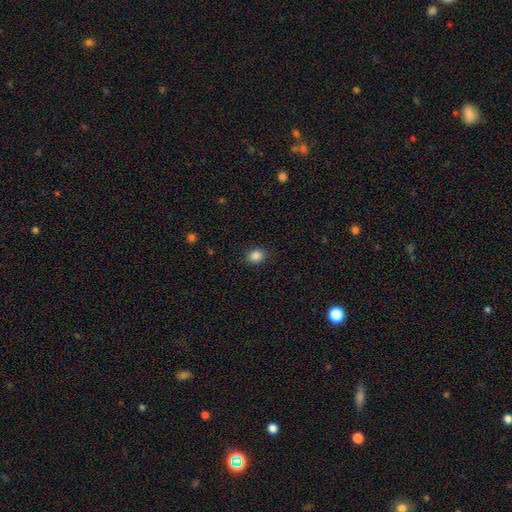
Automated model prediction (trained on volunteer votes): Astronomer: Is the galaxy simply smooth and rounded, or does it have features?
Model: smooth — 87%.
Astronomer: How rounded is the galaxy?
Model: round — 62% (runner-up: in between, 37%).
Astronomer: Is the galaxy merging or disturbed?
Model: none — 87%.